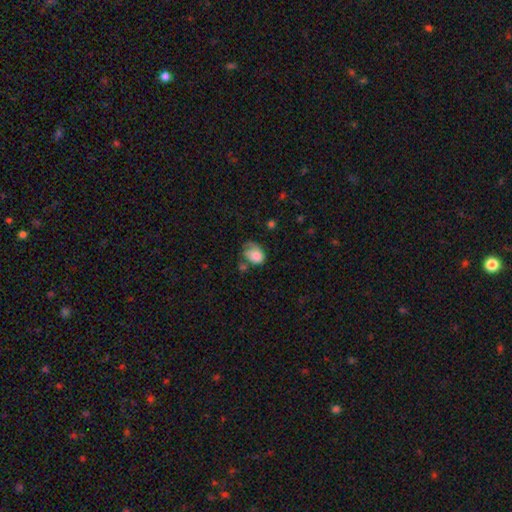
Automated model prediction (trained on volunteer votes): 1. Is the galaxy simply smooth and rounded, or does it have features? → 78% smooth, 14% featured or disk, 8% star or artifact.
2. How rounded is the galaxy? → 65% in between, 34% round, 1% cigar-shaped.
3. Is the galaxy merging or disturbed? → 34% minor disturbance, 31% none, 25% major disturbance, 9% merger.